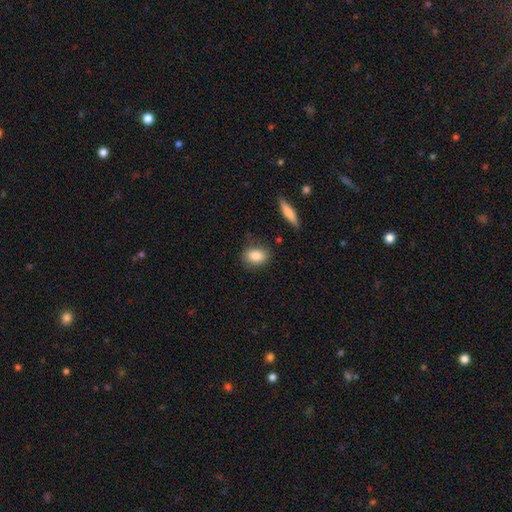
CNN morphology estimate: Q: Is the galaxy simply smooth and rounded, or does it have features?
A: smooth — 85%.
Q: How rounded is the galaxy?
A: in between — 77%.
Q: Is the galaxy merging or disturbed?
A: none — 77%.